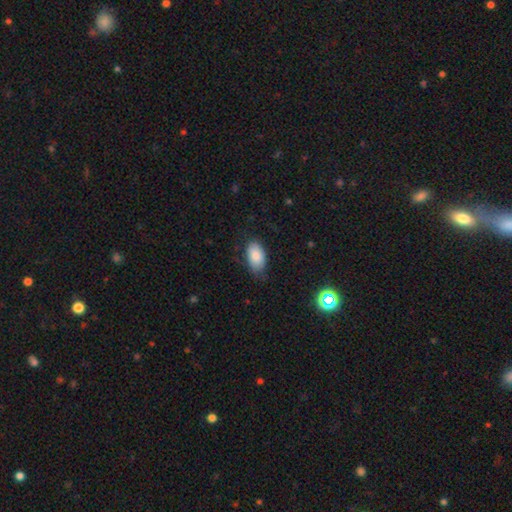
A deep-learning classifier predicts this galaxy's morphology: smooth 84%, featured or disk 9%, star or artifact 7%. Down the decision tree: how rounded — in between (94%); merging — none (71%).